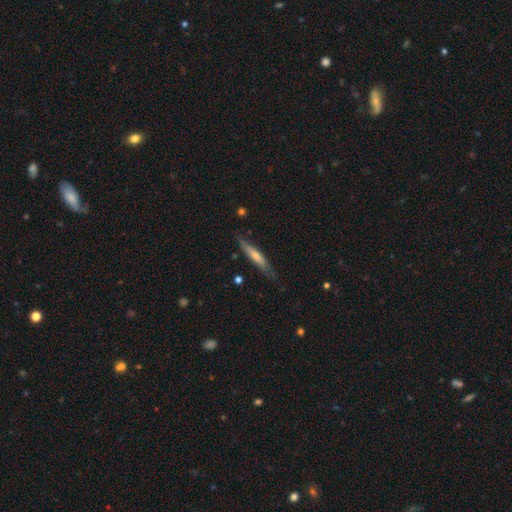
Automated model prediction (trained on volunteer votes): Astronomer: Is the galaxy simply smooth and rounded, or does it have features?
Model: smooth — 61%.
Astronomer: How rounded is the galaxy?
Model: cigar-shaped — 89%.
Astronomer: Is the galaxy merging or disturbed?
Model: none — 77%.